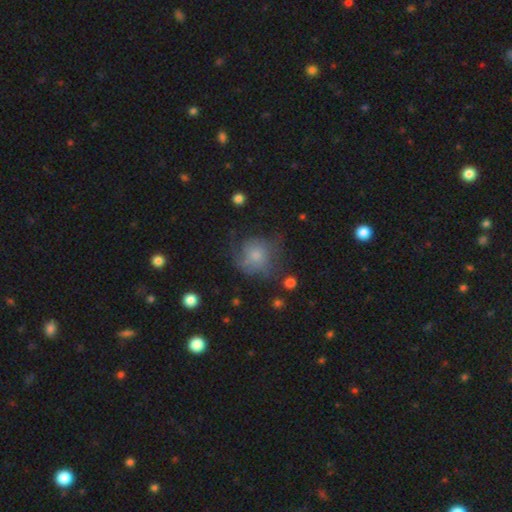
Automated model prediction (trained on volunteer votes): Smooth or featured?
  - smooth: 61% *
  - featured or disk: 28%
  - star or artifact: 11%
How rounded?
  - round: 82% *
  - in between: 17%
  - cigar-shaped: 1%
Merging?
  - none: 45% *
  - minor disturbance: 26%
  - major disturbance: 25%
  - merger: 3%